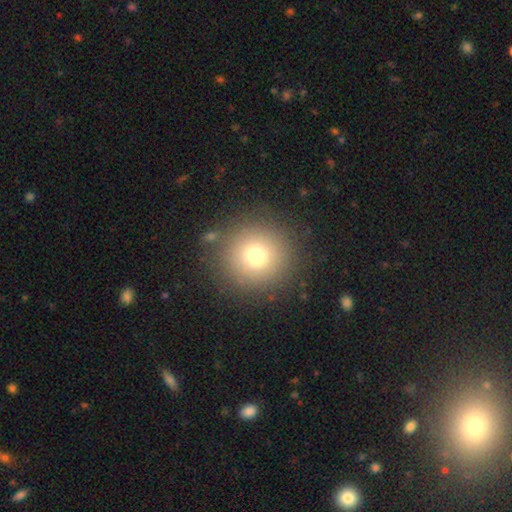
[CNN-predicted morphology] Q: Smooth or featured?
A: smooth (74%); runner-up: star or artifact (15%)
Q: How rounded?
A: round (95%); runner-up: in between (4%)
Q: Merging?
A: none (87%); runner-up: minor disturbance (7%)